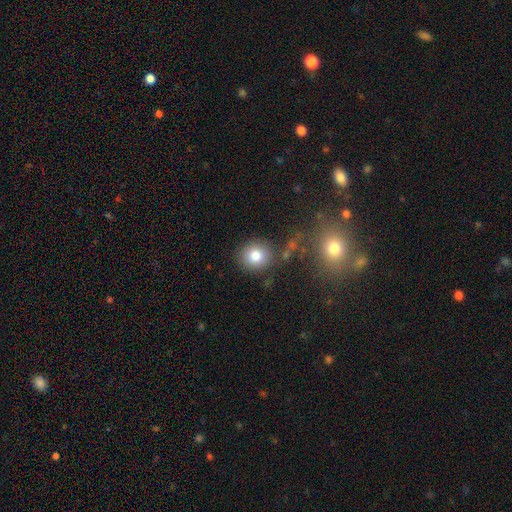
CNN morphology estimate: This appears to be a smooth galaxy with no disk features (81%) that is round (82%). Merging: none (81%).